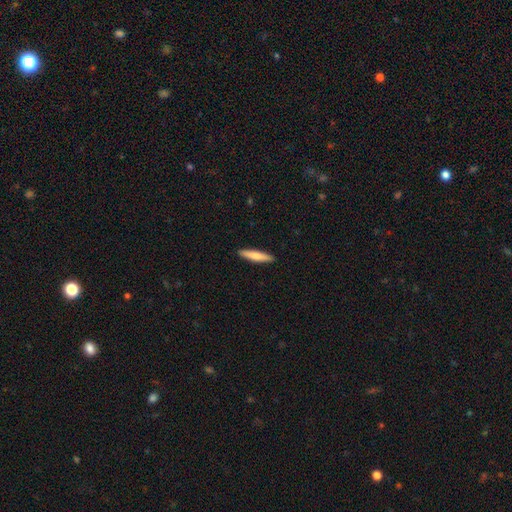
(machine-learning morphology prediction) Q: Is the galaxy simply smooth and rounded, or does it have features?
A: smooth — 76%.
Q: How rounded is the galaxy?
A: cigar-shaped — 88%.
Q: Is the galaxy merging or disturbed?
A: none — 92%.